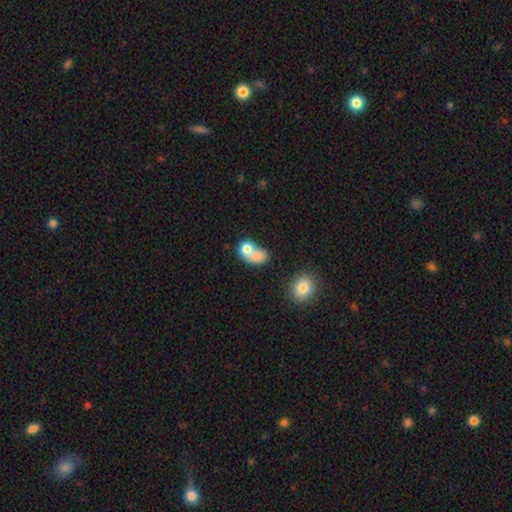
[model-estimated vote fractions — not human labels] A smooth galaxy with no disk features (75%) that is in between round and cigar-shaped (59%). Merging: merger (63%).